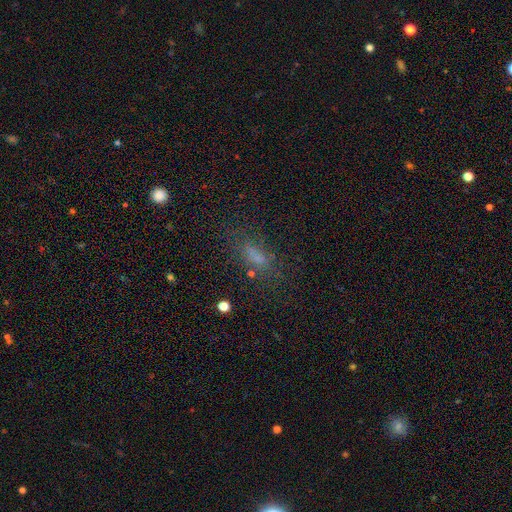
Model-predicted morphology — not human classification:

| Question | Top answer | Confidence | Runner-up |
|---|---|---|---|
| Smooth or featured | smooth | 66% | star or artifact (19%) |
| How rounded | in between | 61% | cigar-shaped (33%) |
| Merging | none | 64% | minor disturbance (19%) |